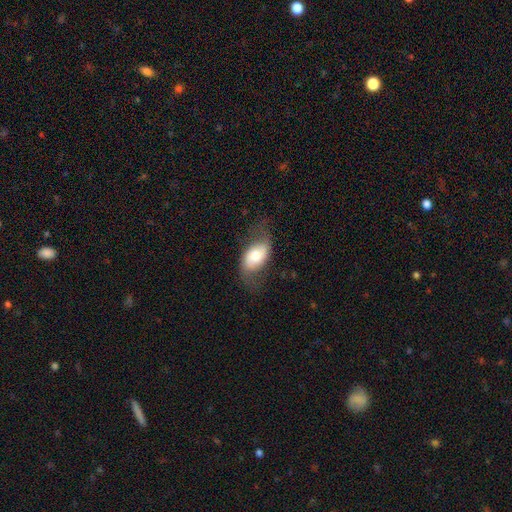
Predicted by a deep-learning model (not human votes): Smooth or featured: smooth — 53% (featured or disk — 40%)
How rounded: in between — 90% (round — 7%)
Merging: none — 61% (minor disturbance — 24%)